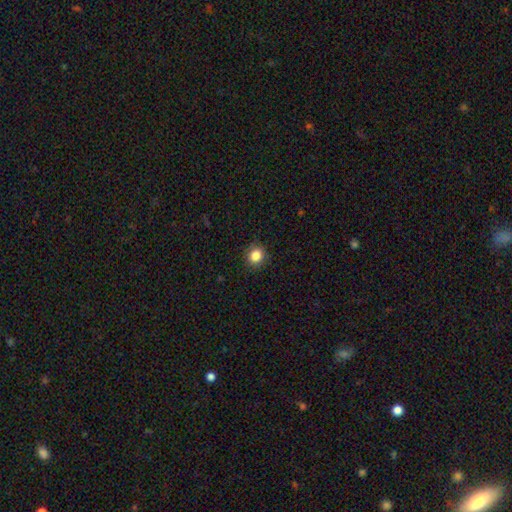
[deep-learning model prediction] Smooth or featured? Predicted: smooth (p=0.85). How rounded? Predicted: round (p=0.80). Merging? Predicted: none (p=0.88).